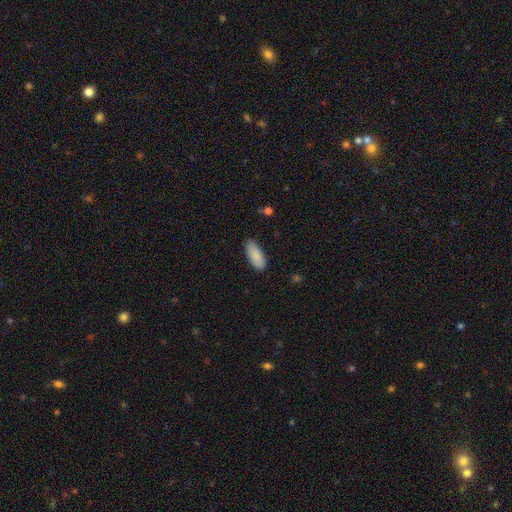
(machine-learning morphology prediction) Q: Smooth or featured?
A: smooth (88%); runner-up: star or artifact (6%)
Q: How rounded?
A: in between (85%); runner-up: cigar-shaped (13%)
Q: Merging?
A: none (82%); runner-up: minor disturbance (14%)